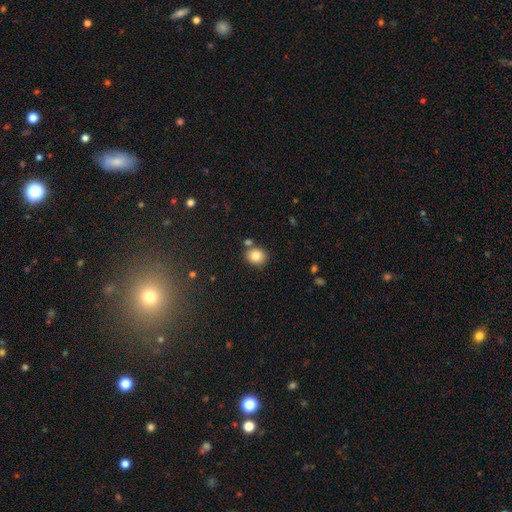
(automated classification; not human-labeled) Smooth or featured?
  - smooth: 81% *
  - star or artifact: 10%
  - featured or disk: 9%
How rounded?
  - round: 71% *
  - in between: 29%
  - cigar-shaped: 1%
Merging?
  - none: 73% *
  - merger: 14%
  - minor disturbance: 10%
  - major disturbance: 3%